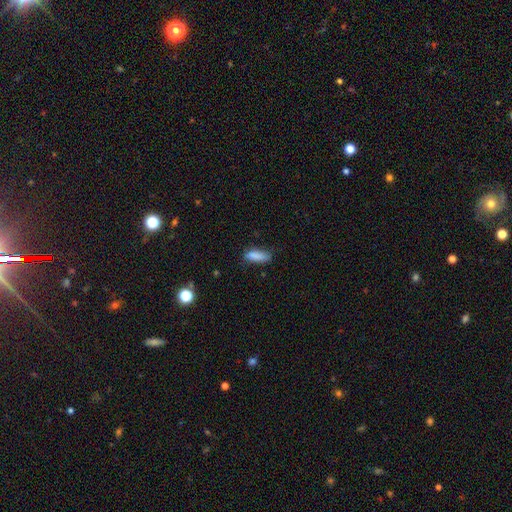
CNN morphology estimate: smooth 85%, featured or disk 8%, star or artifact 8%. Down the decision tree: how rounded — in between (52%); merging — none (67%).